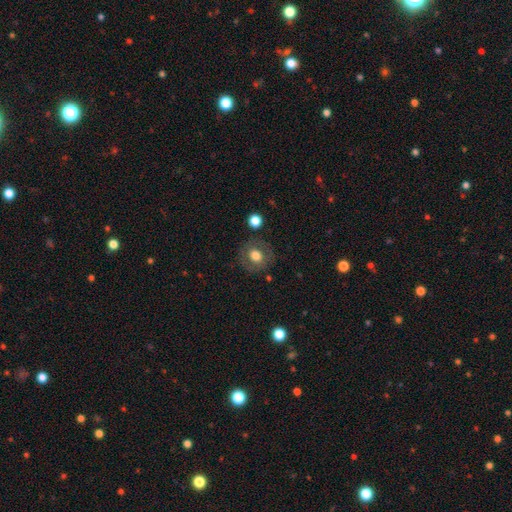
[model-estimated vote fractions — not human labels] Smooth or featured?
  - smooth: 65% *
  - featured or disk: 27%
  - star or artifact: 9%
How rounded?
  - round: 82% *
  - in between: 17%
  - cigar-shaped: 1%
Merging?
  - none: 83% *
  - minor disturbance: 10%
  - major disturbance: 4%
  - merger: 2%